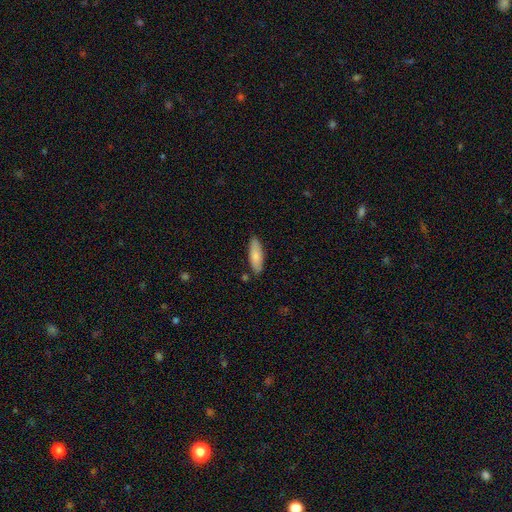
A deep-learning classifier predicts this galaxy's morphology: This is likely a smooth galaxy (80%). How rounded: possibly in between (57%). Merging: clearly none (83%).